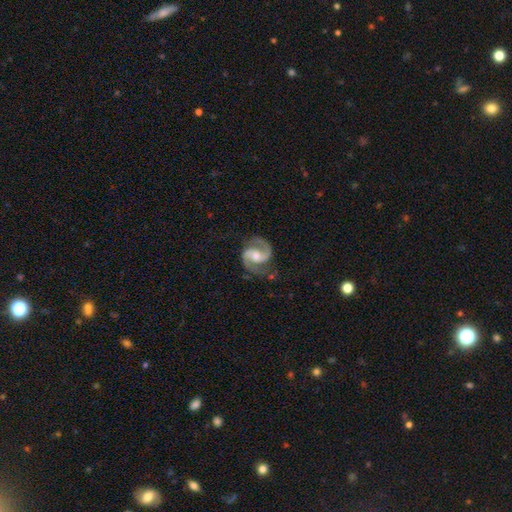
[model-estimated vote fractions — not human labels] Smooth or featured: featured or disk — 92% (smooth — 4%)
Edge-on disk: no — 98% (yes — 2%)
Bar: weak — 47% (no — 36%)
Spiral arms: yes — 98% (no — 2%)
Spiral winding: medium — 64% (loose — 18%)
Spiral arm count: 2 — 94% (can't tell — 2%)
Bulge size: moderate — 55% (small — 24%)
Merging: none — 76% (minor disturbance — 16%)